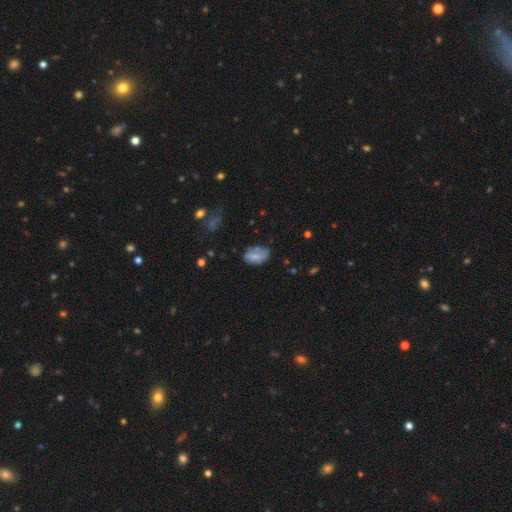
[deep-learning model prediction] Q: Smooth or featured?
A: smooth (68%); runner-up: featured or disk (22%)
Q: How rounded?
A: in between (89%); runner-up: round (8%)
Q: Merging?
A: none (51%); runner-up: minor disturbance (31%)